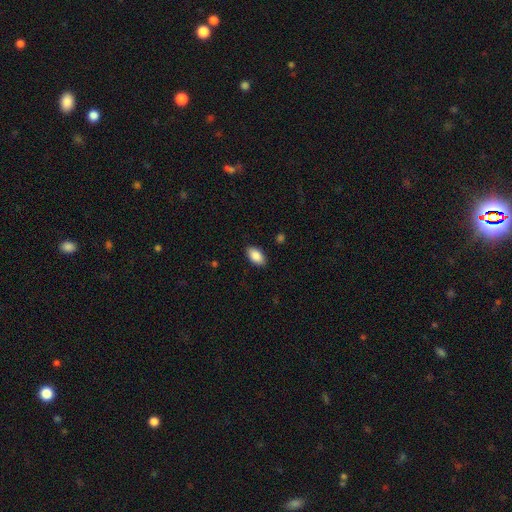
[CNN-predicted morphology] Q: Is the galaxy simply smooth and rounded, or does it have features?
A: smooth — 88%.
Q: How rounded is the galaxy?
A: in between — 94%.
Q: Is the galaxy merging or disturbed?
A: none — 88%.